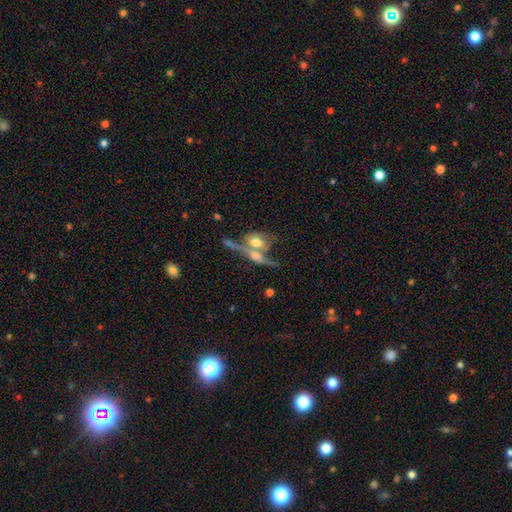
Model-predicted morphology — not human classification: This appears to be a featured or disk galaxy (60%) viewed edge-on (60%). Merging: merger (54%).